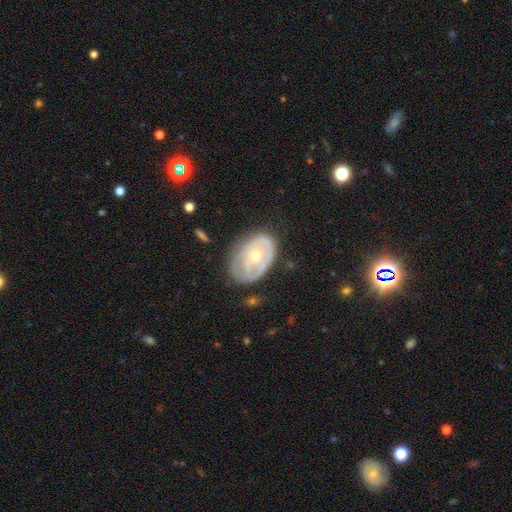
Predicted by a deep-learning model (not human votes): A featured or disk galaxy (65%) with no bar (78%), spiral arms (55%) and a small central bulge (53%).

Vote fractions:
- Smooth or featured? featured or disk: 65% / smooth: 29% / star or artifact: 6%
- Edge-on disk? no: 95% / yes: 5%
- Bar? no: 78% / weak: 18% / strong: 4%
- Spiral arms? yes: 55% / no: 45%
- Bulge size? small: 53% / moderate: 43% / large: 2% / none: 1% / dominant: 1%
- Merging? none: 60% / minor disturbance: 27% / major disturbance: 11% / merger: 2%